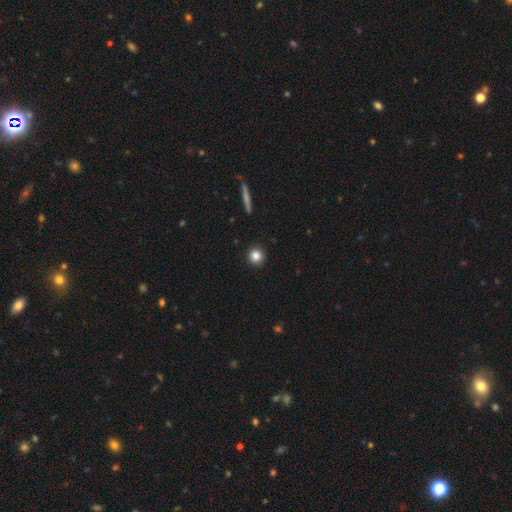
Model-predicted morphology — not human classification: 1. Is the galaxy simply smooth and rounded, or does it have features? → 84% smooth, 10% star or artifact, 6% featured or disk.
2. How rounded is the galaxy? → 94% round, 5% in between, 1% cigar-shaped.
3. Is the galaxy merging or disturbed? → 92% none, 5% minor disturbance, 2% major disturbance, 1% merger.